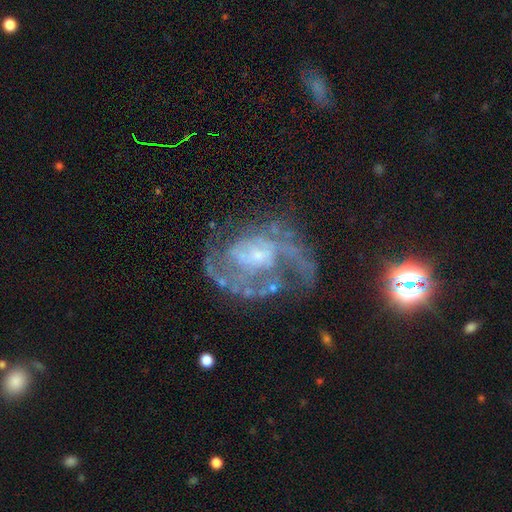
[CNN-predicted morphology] Smooth or featured? featured or disk (85%)
Edge-on disk? no (98%)
Bar? no (57%)
Spiral arms? yes (90%)
Spiral winding? medium (47%)
Spiral arm count? 2 (48%)
Bulge size? small (61%)
Merging? none (53%)